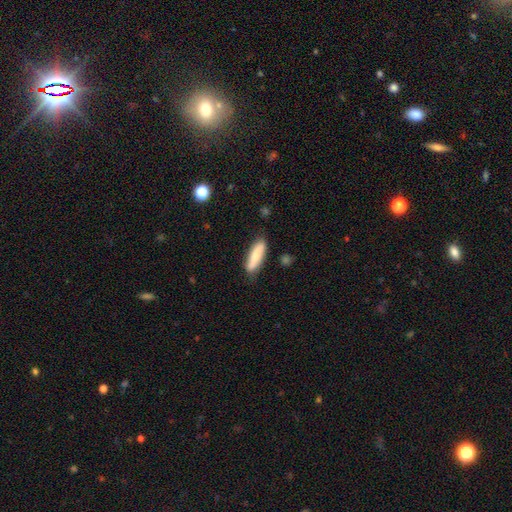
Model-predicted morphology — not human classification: Q: Smooth or featured?
A: smooth (75%); runner-up: featured or disk (19%)
Q: How rounded?
A: cigar-shaped (64%); runner-up: in between (34%)
Q: Merging?
A: none (79%); runner-up: minor disturbance (16%)